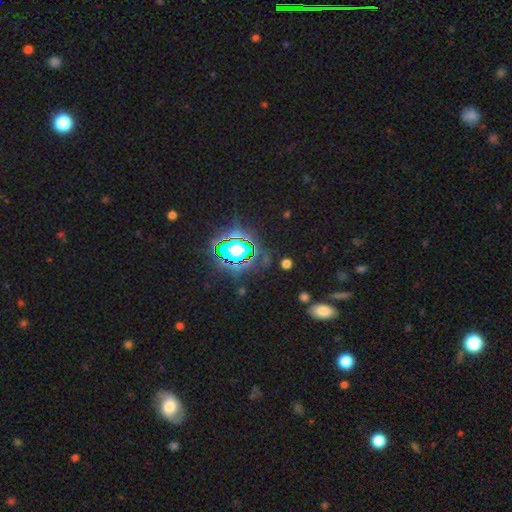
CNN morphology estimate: This appears to be a star or artifact, not a galaxy (83%).